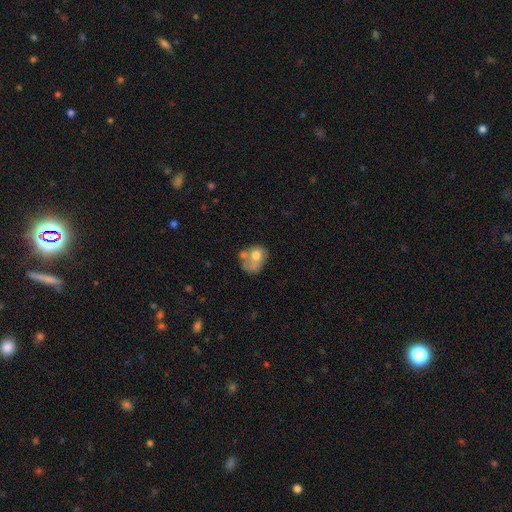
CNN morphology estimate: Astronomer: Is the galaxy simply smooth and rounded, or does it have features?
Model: smooth — 58%.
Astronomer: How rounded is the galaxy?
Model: in between — 55% (runner-up: round, 44%).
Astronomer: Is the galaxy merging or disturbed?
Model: merger — 32% (runner-up: major disturbance, 26%).